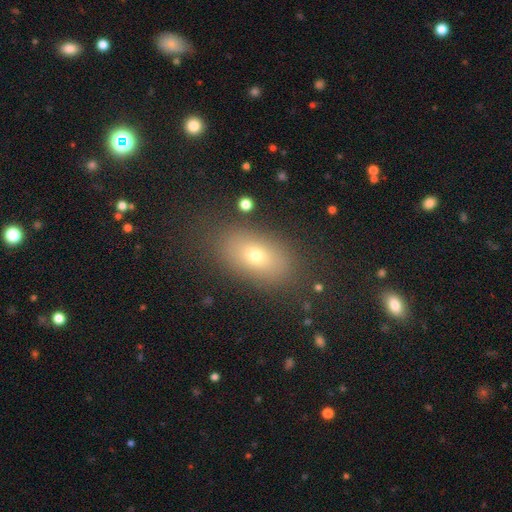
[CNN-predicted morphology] smooth-or-featured: smooth: 68% | featured or disk: 16% | star or artifact: 16%
  how-rounded: in between: 83% | round: 14% | cigar-shaped: 3%
  merging: none: 82% | minor disturbance: 11% | major disturbance: 5% | merger: 2%